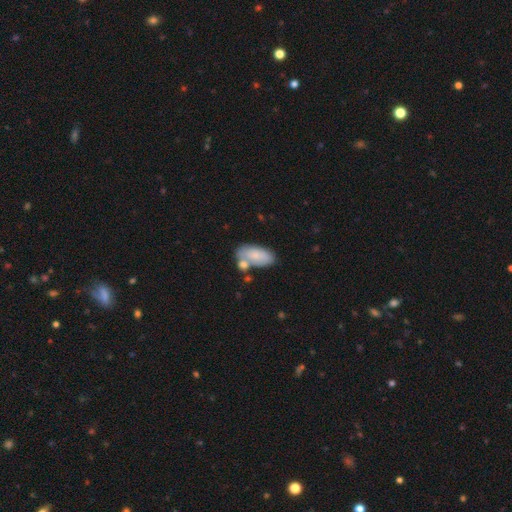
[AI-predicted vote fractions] smooth_or_featured: smooth (p=0.77) [alt: featured or disk p=0.16]
how_rounded: in between (p=0.92) [alt: cigar-shaped p=0.05]
merging: none (p=0.50) [alt: merger p=0.25]